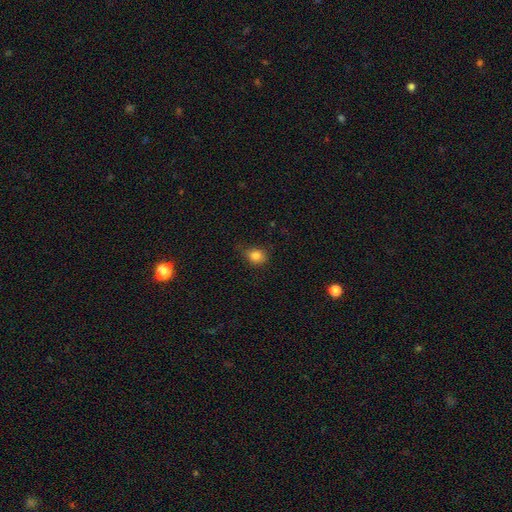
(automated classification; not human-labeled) Q: Smooth or featured?
A: smooth (82%); runner-up: star or artifact (12%)
Q: How rounded?
A: round (51%); runner-up: in between (47%)
Q: Merging?
A: none (71%); runner-up: minor disturbance (23%)